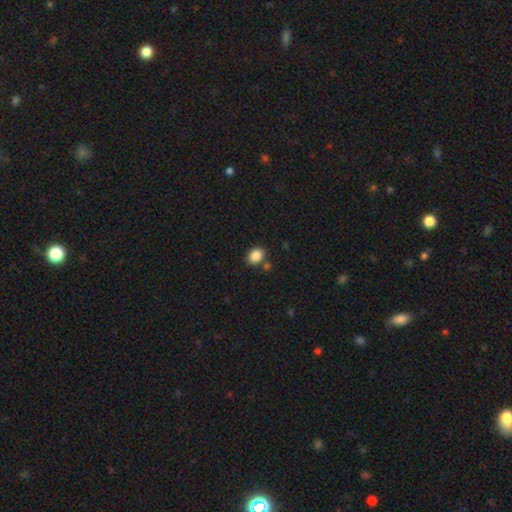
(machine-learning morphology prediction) Smooth or featured? smooth (87%)
How rounded? in between (60%)
Merging? none (78%)